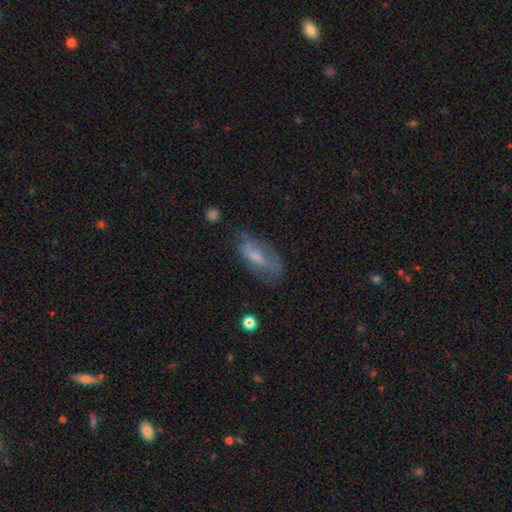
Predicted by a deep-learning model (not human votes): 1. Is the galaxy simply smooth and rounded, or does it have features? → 56% smooth, 35% featured or disk, 9% star or artifact.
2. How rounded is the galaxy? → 78% in between, 19% cigar-shaped, 3% round.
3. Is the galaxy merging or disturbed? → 50% none, 30% minor disturbance, 18% major disturbance, 2% merger.